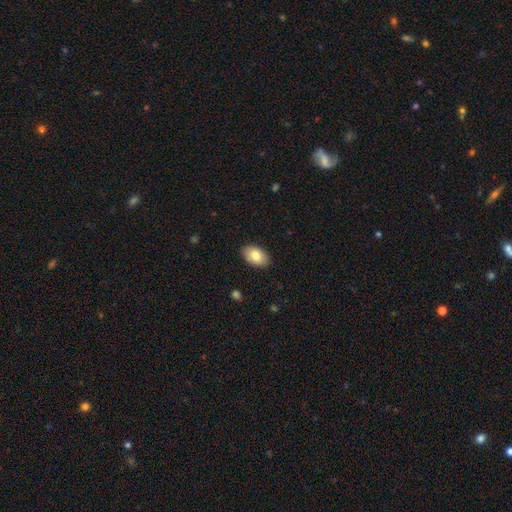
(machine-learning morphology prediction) Smooth or featured? smooth (81%)
How rounded? in between (90%)
Merging? none (89%)